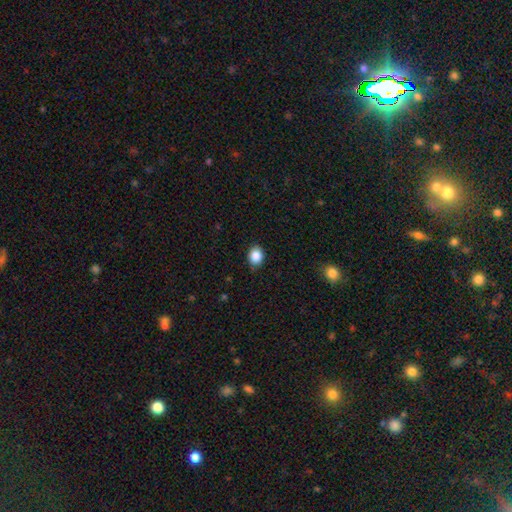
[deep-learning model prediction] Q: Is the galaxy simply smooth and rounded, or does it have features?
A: smooth — 87%.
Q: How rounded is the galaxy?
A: round — 51%.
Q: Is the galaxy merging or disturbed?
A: none — 87%.